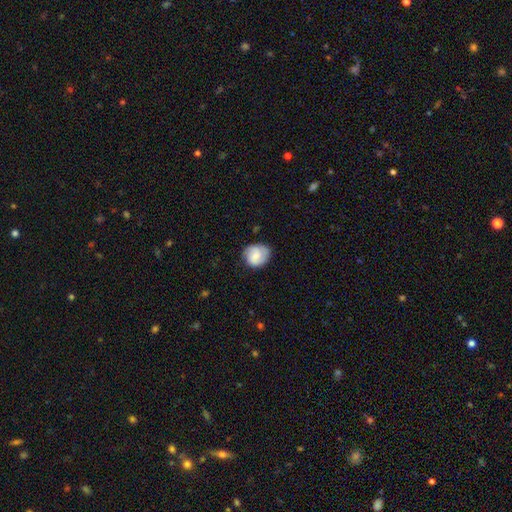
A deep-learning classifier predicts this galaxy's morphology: The model was most divided on "smooth or featured": smooth: 67%, featured or disk: 26%, star or artifact: 7%. More confident: how rounded — round (73%); merging — none (71%).